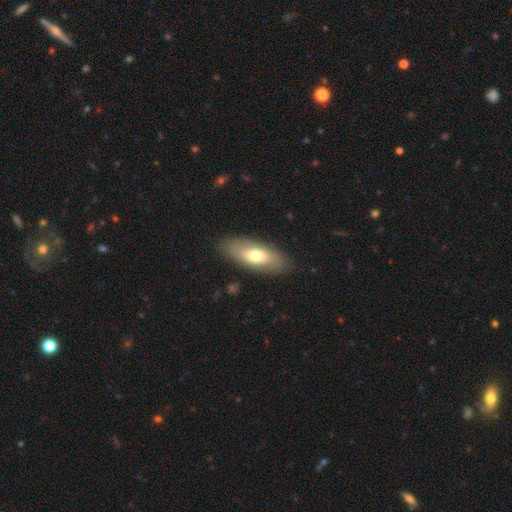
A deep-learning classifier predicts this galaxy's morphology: A smooth galaxy with no disk features (62%) that is in between round and cigar-shaped (82%).

Vote fractions:
- Smooth or featured? smooth: 62% / featured or disk: 32% / star or artifact: 6%
- How rounded? in between: 82% / cigar-shaped: 14% / round: 3%
- Merging? none: 84% / minor disturbance: 11% / major disturbance: 3% / merger: 1%